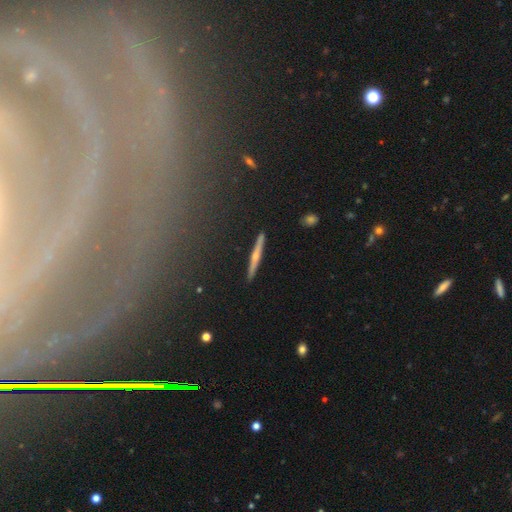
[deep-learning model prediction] smooth-or-featured: featured or disk: 61% | smooth: 32% | star or artifact: 7%
  disk-edge-on: yes: 96% | no: 4%
    edge-on-bulge: rounded: 78% | none: 18% | boxy: 4%
  merging: none: 90% | minor disturbance: 7% | merger: 2% | major disturbance: 2%